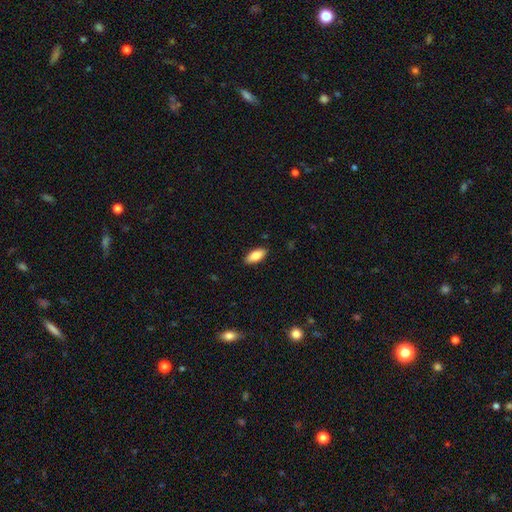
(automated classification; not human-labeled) Smooth or featured? Predicted: smooth (p=0.85). How rounded? Predicted: in between (p=0.88). Merging? Predicted: none (p=0.89).